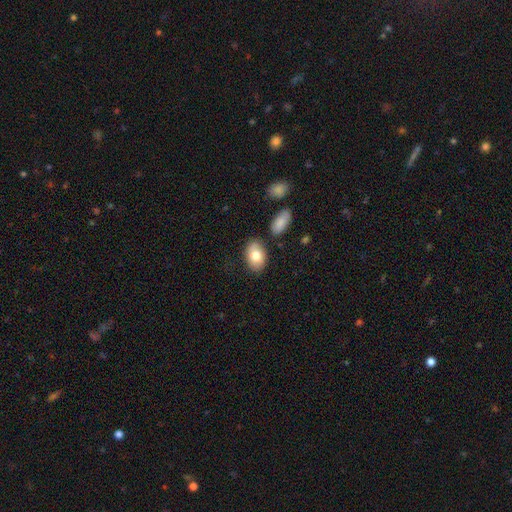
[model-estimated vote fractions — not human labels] This appears to be a smooth galaxy with no disk features (77%) that is in between round and cigar-shaped (87%). Merging: none (78%).